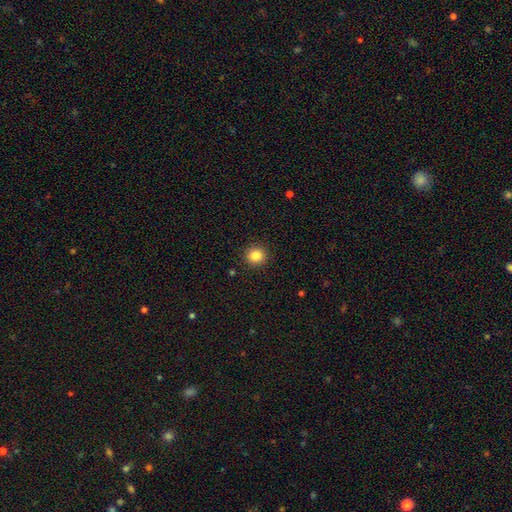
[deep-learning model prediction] The model was most divided on "smooth or featured": smooth: 84%, star or artifact: 11%, featured or disk: 5%. More confident: merging — none (92%); how rounded — round (90%).